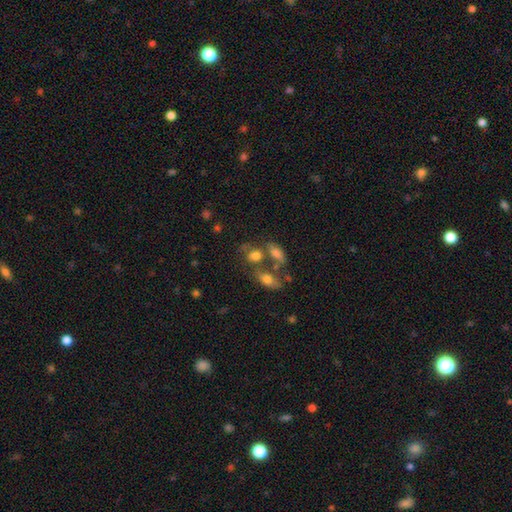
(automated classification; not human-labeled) smooth-or-featured: smooth: 69% | featured or disk: 18% | star or artifact: 12%
  how-rounded: in between: 68% | round: 29% | cigar-shaped: 3%
  merging: merger: 40% | none: 34% | minor disturbance: 15% | major disturbance: 11%